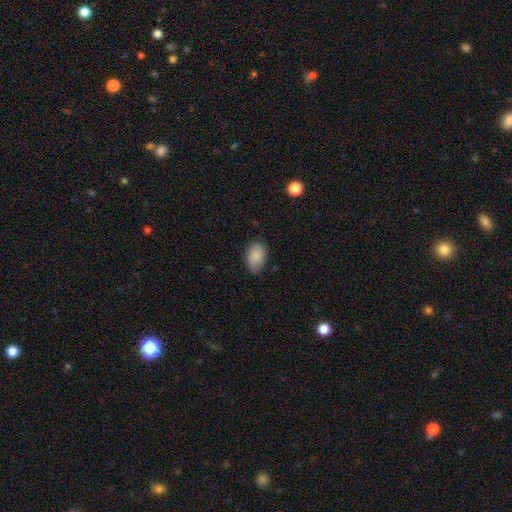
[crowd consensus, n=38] smooth_or_featured: smooth (p=0.92) [alt: featured or disk p=0.05]
how_rounded: in between (p=0.89) [alt: round p=0.11]
merging: none (p=0.68) [alt: minor disturbance p=0.30]